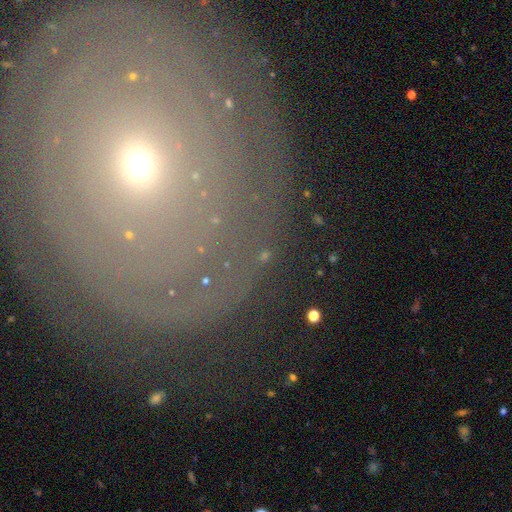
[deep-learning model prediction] Smooth or featured: featured or disk — 66% (smooth — 20%)
Edge-on disk: no — 95% (yes — 5%)
Bar: no — 85% (weak — 10%)
Spiral arms: yes — 67% (no — 33%)
Bulge size: small — 69% (moderate — 26%)
Merging: none — 80% (minor disturbance — 11%)